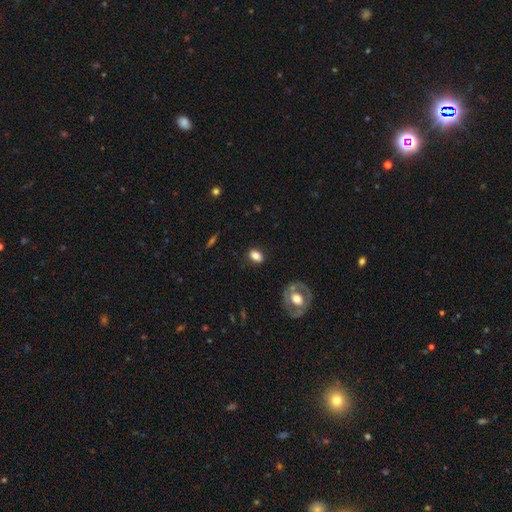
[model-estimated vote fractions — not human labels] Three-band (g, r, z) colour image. It shows a smooth galaxy with no disk features (79%) that is in between round and cigar-shaped (72%). Merging: none (83%).